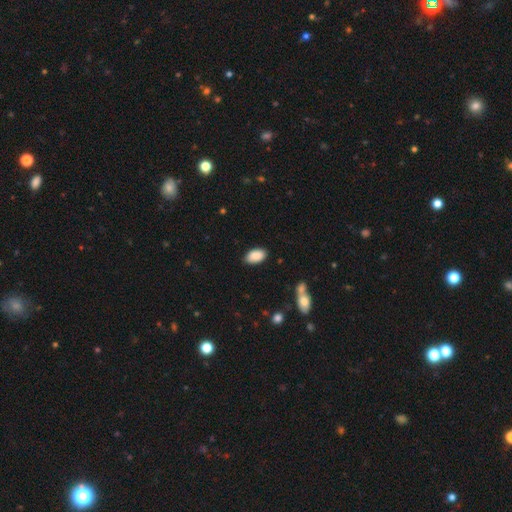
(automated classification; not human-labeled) Morphology: type=smooth (89%); roundness=in between (94%); merging=none (85%).